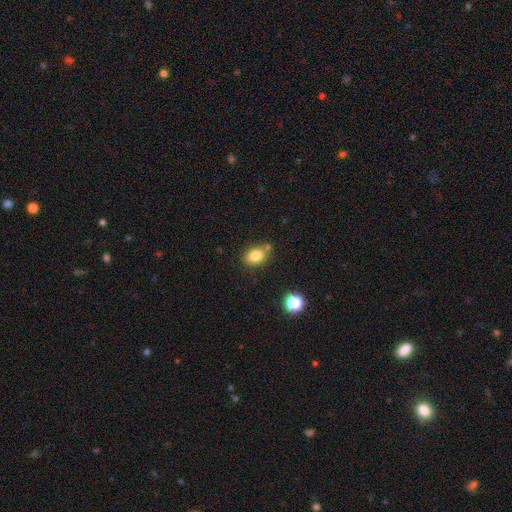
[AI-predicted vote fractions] A smooth galaxy with no disk features (81%) that is in between round and cigar-shaped (74%).

Vote fractions:
- Smooth or featured? smooth: 81% / star or artifact: 11% / featured or disk: 9%
- How rounded? in between: 74% / round: 24% / cigar-shaped: 1%
- Merging? none: 72% / minor disturbance: 15% / merger: 10% / major disturbance: 3%